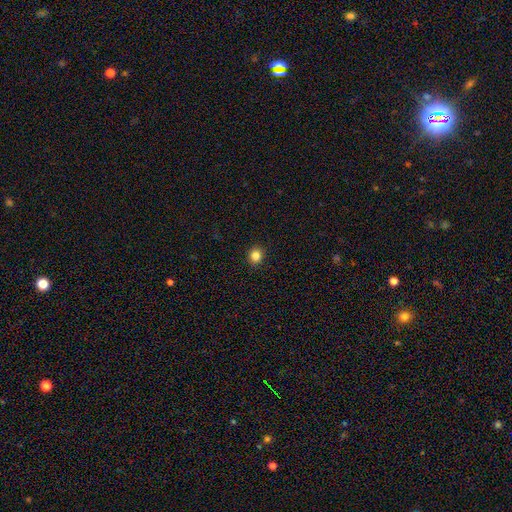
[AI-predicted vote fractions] Smooth or featured? Predicted: smooth (p=0.84). How rounded? Predicted: round (p=0.84). Merging? Predicted: none (p=0.92).